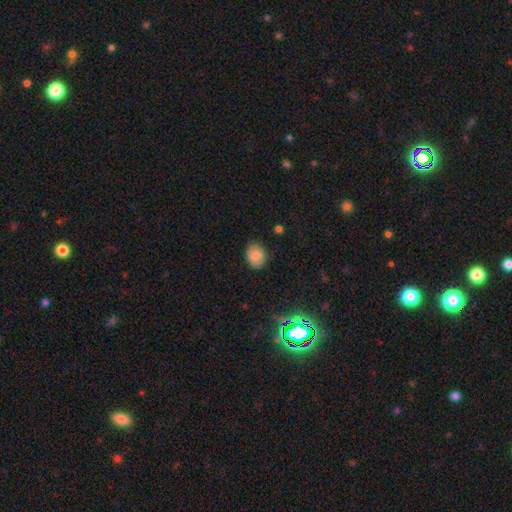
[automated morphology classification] Q: Smooth or featured?
A: smooth (85%); runner-up: star or artifact (10%)
Q: How rounded?
A: in between (51%); runner-up: round (48%)
Q: Merging?
A: none (81%); runner-up: minor disturbance (15%)